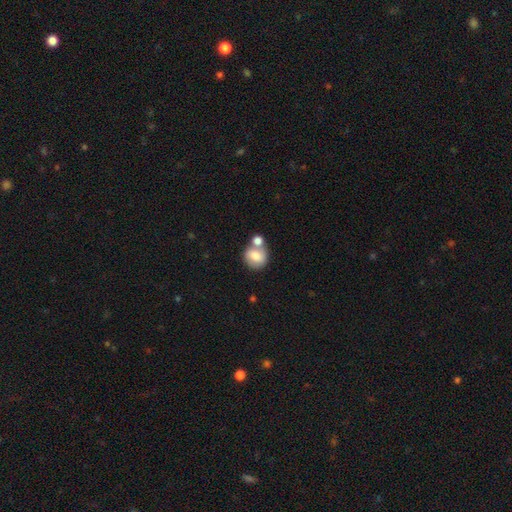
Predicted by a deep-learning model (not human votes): Q: Smooth or featured?
A: smooth (75%); runner-up: featured or disk (17%)
Q: How rounded?
A: round (75%); runner-up: in between (24%)
Q: Merging?
A: merger (43%); runner-up: none (41%)